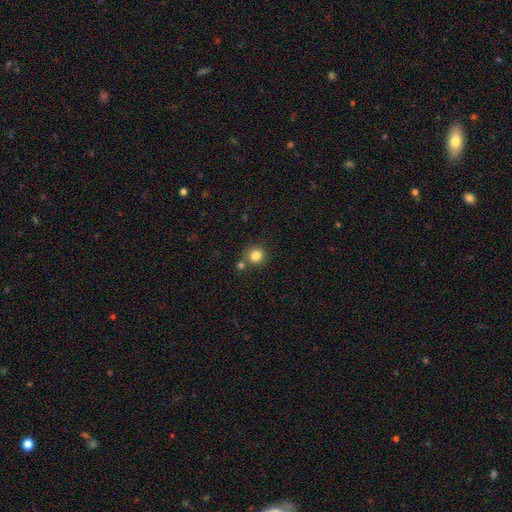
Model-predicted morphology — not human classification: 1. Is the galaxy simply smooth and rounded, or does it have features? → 83% smooth, 11% star or artifact, 6% featured or disk.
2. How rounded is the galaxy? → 92% round, 7% in between, 1% cigar-shaped.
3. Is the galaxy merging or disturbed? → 71% none, 18% merger, 9% minor disturbance, 3% major disturbance.